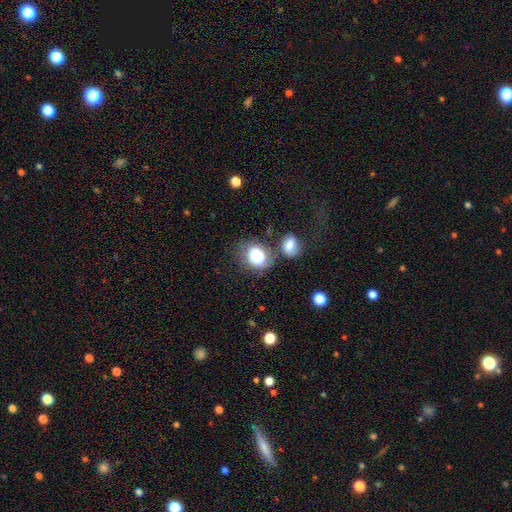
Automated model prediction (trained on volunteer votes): A smooth galaxy with no disk features (78%) that is in between round and cigar-shaped (53%). Merging: none (39%).